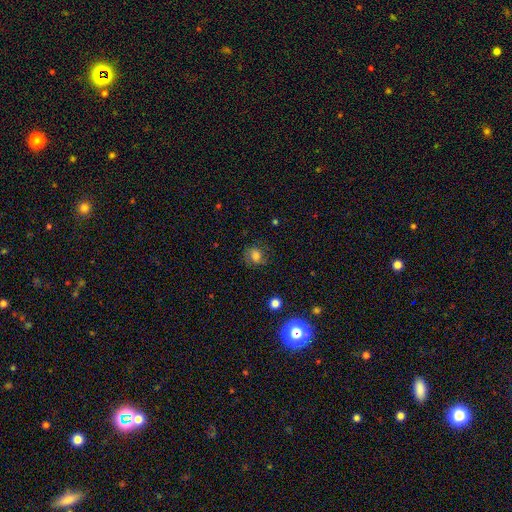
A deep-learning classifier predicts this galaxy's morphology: Smooth or featured? Predicted: smooth (p=0.54). How rounded? Predicted: round (p=0.65). Merging? Predicted: none (p=0.70).